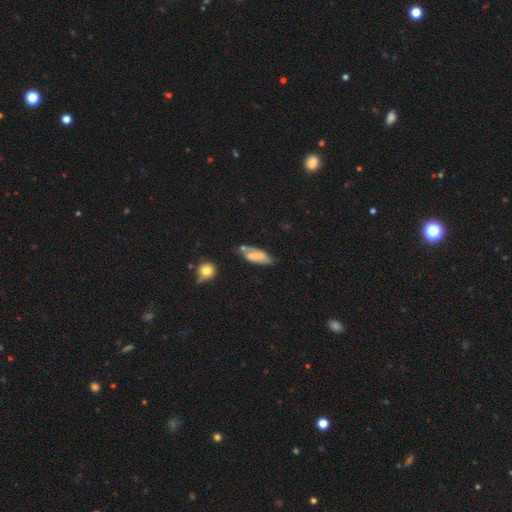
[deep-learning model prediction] The model was most divided on "smooth or featured": smooth: 49%, featured or disk: 44%, star or artifact: 7%. More confident: merging — none (51%).